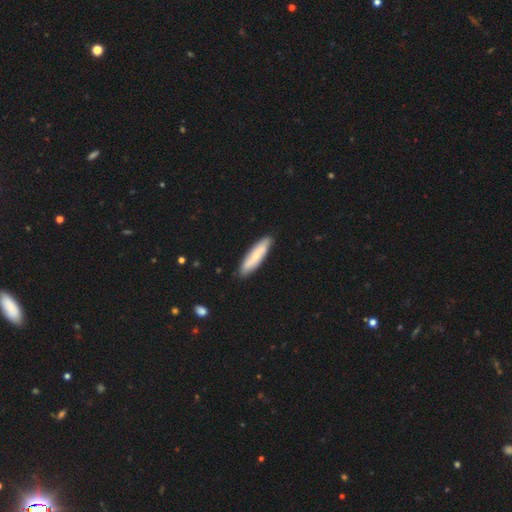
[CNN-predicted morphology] smooth-or-featured: smooth: 66% | featured or disk: 29% | star or artifact: 5%
  how-rounded: cigar-shaped: 75% | in between: 24% | round: 2%
  merging: none: 88% | minor disturbance: 9% | major disturbance: 2% | merger: 1%